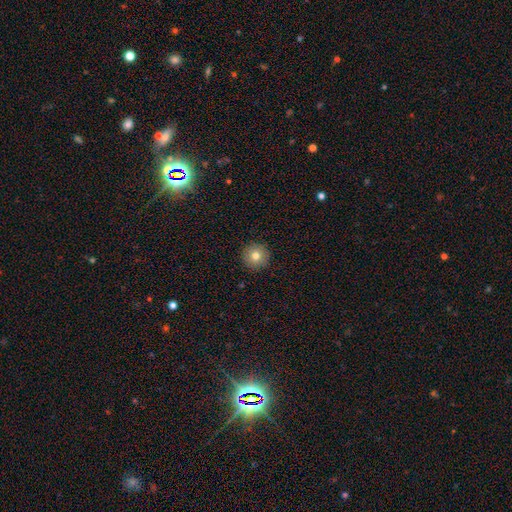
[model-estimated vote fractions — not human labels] Smooth or featured? Predicted: smooth (p=0.78). How rounded? Predicted: round (p=0.96). Merging? Predicted: none (p=0.92).